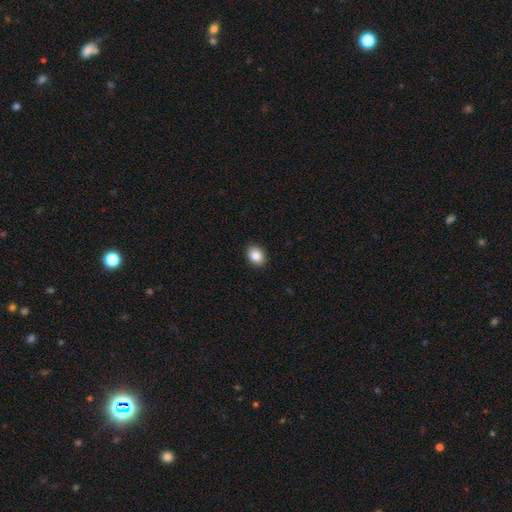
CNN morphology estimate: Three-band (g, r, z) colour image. It shows a smooth galaxy with no disk features (86%) that is in between round and cigar-shaped (58%). Merging: none (91%).